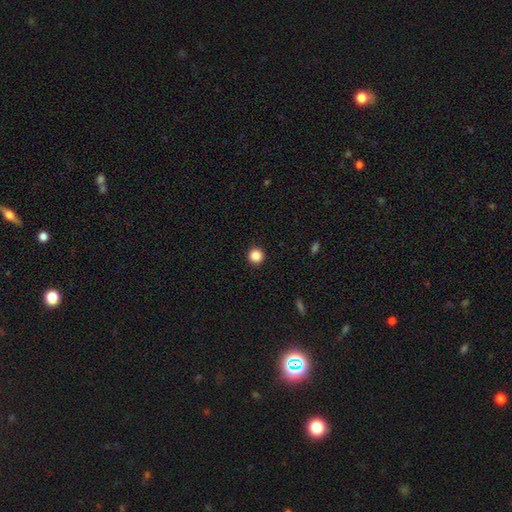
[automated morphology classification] This is clearly a smooth galaxy (87%). How rounded: clearly round (96%). Merging: clearly none (93%).